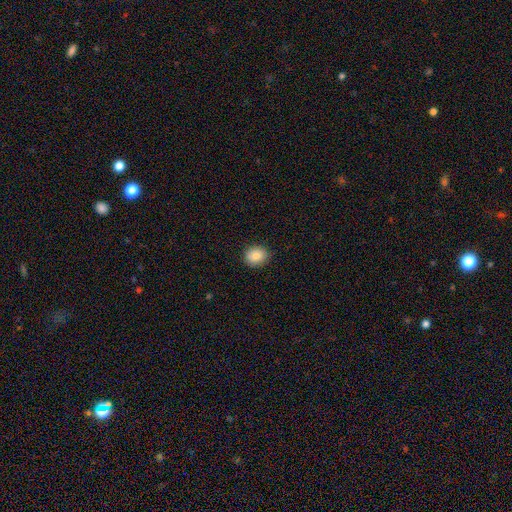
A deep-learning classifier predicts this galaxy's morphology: This is clearly a smooth galaxy (87%). How rounded: likely round (63%). Merging: clearly none (88%).